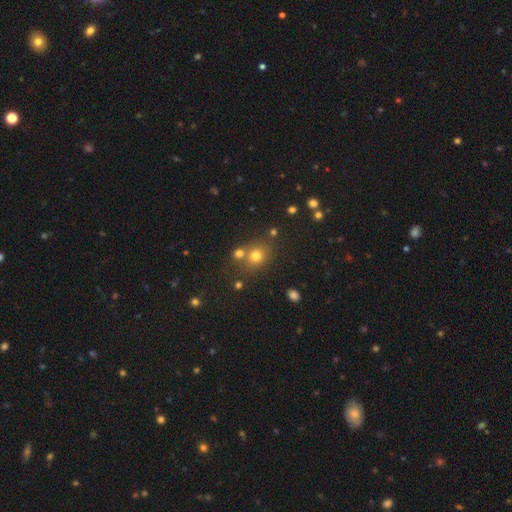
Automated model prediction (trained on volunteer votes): This is likely a smooth galaxy (72%). How rounded: likely round (69%). Merging: likely none (61%).